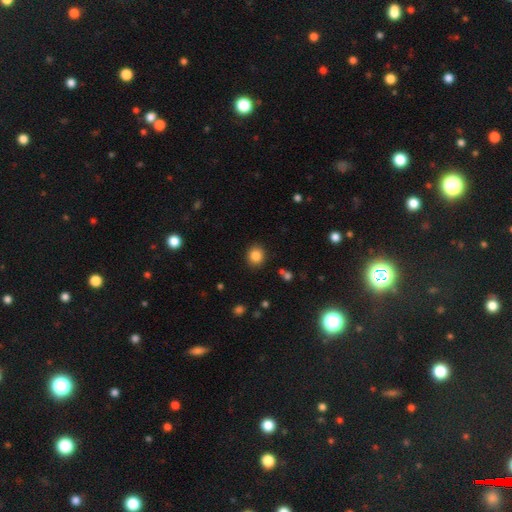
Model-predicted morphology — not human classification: This appears to be a smooth galaxy with no disk features (84%) that is round (81%). Merging: none (89%).